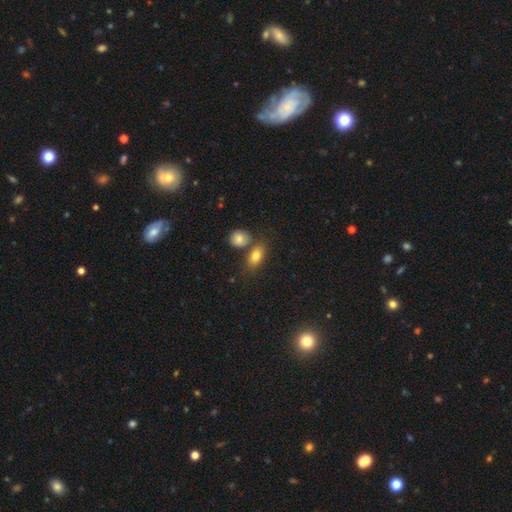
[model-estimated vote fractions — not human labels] smooth-or-featured: smooth: 81% | featured or disk: 11% | star or artifact: 9%
  how-rounded: in between: 83% | round: 12% | cigar-shaped: 5%
  merging: none: 57% | merger: 27% | minor disturbance: 13% | major disturbance: 4%